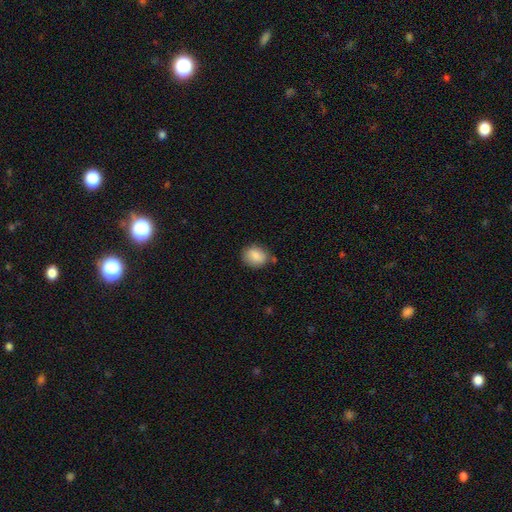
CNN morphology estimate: Smooth or featured?
  - smooth: 85% *
  - star or artifact: 8%
  - featured or disk: 7%
How rounded?
  - in between: 53% *
  - round: 46%
  - cigar-shaped: 1%
Merging?
  - none: 75% *
  - minor disturbance: 17%
  - merger: 4%
  - major disturbance: 4%